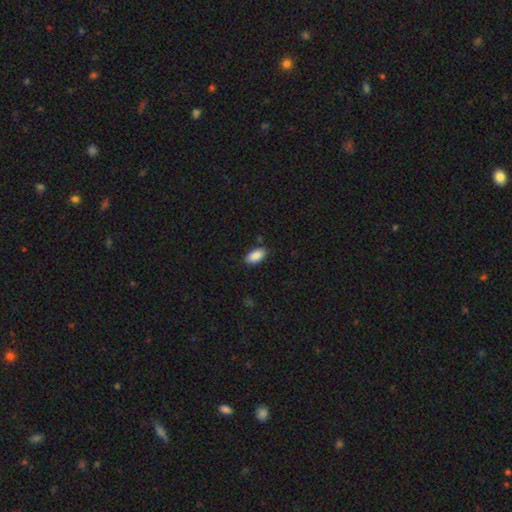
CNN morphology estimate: smooth_or_featured: smooth (p=0.89) [alt: star or artifact p=0.07]
how_rounded: in between (p=0.94) [alt: cigar-shaped p=0.04]
merging: none (p=0.85) [alt: minor disturbance p=0.11]